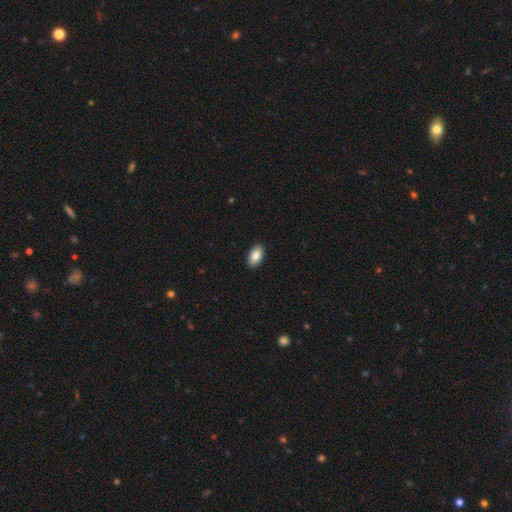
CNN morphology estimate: A smooth galaxy with no disk features (87%) that is in between round and cigar-shaped (94%). Merging: none (91%).